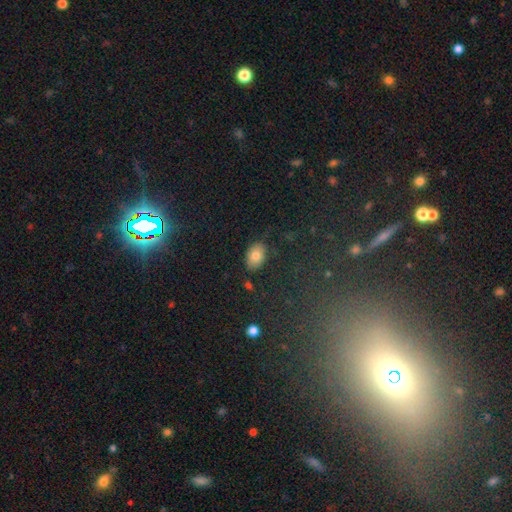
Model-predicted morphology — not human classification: This is likely a smooth galaxy (79%). How rounded: clearly in between (84%). Merging: clearly none (80%).